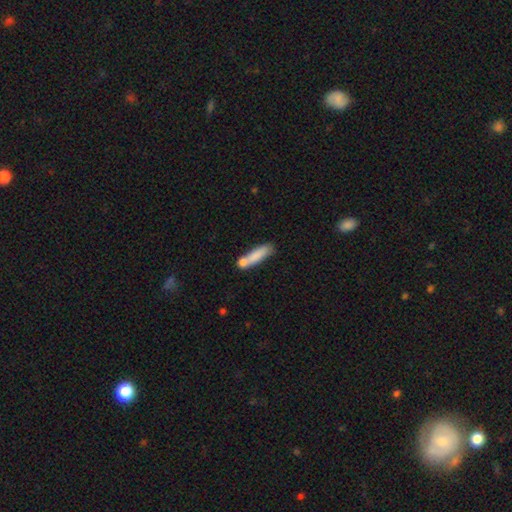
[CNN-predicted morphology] smooth 78%, featured or disk 15%, star or artifact 7%. Down the decision tree: how rounded — cigar-shaped (75%); merging — none (46%).